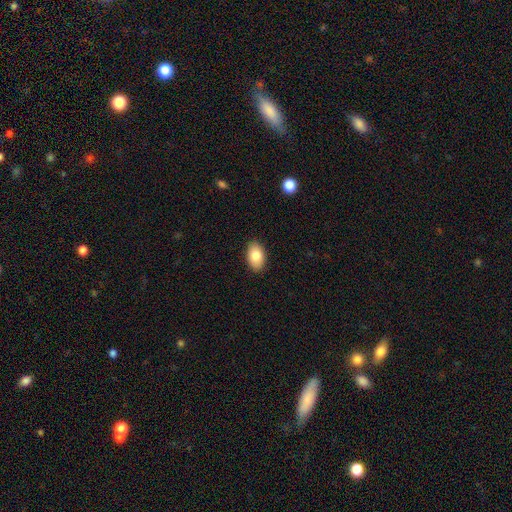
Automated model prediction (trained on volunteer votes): Smooth or featured? smooth (83%)
How rounded? in between (92%)
Merging? none (89%)